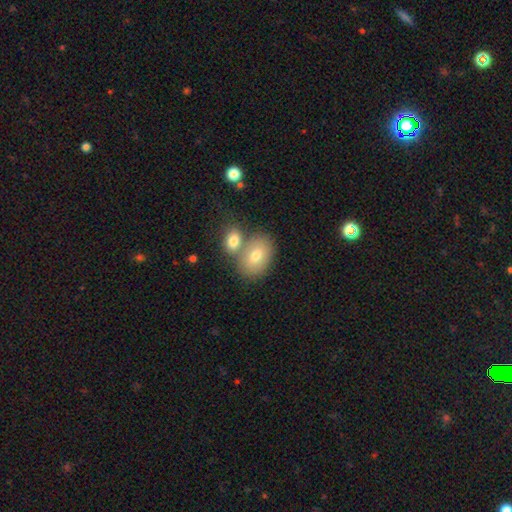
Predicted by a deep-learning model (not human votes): smooth 73%, featured or disk 18%, star or artifact 9%. Down the decision tree: how rounded — in between (79%); merging — none (49%).